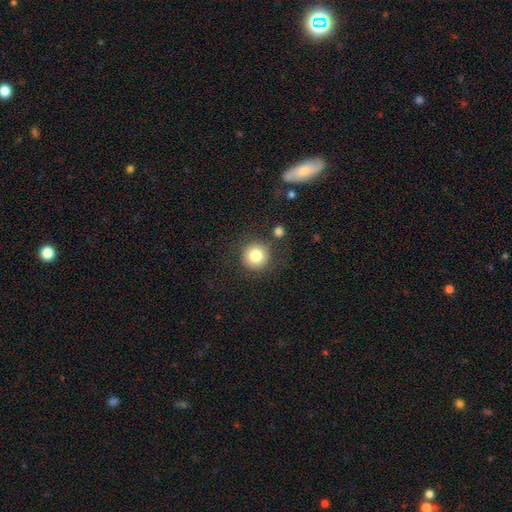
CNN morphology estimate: Q: Smooth or featured?
A: smooth (82%); runner-up: star or artifact (10%)
Q: How rounded?
A: round (95%); runner-up: in between (4%)
Q: Merging?
A: none (83%); runner-up: minor disturbance (9%)